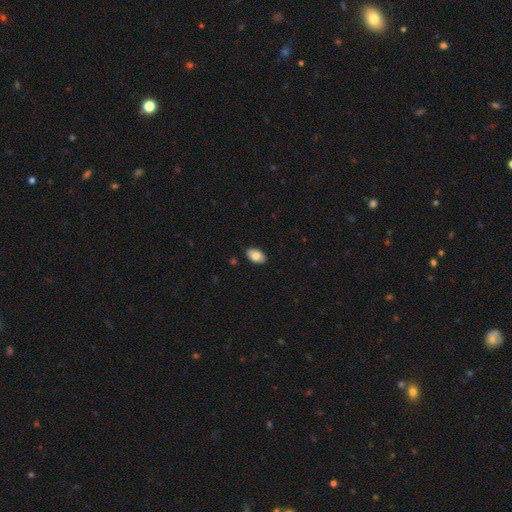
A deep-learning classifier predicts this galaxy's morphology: The model was most divided on "smooth or featured": smooth: 81%, featured or disk: 12%, star or artifact: 7%. More confident: how rounded — in between (93%); merging — none (88%).